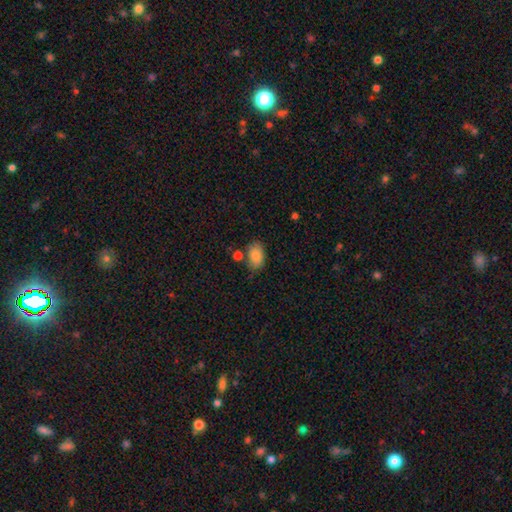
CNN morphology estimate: smooth 86%, star or artifact 8%, featured or disk 6%. Down the decision tree: how rounded — in between (89%); merging — none (72%).